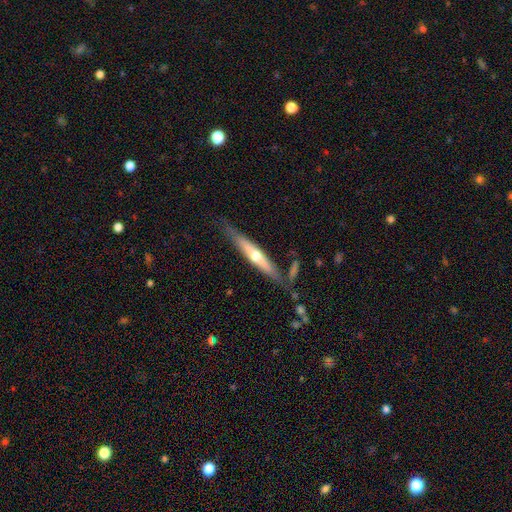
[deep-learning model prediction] Morphology: type=featured or disk (58%); edge-on=yes (91%); edge-on bulge=rounded (84%); merging=none (74%).